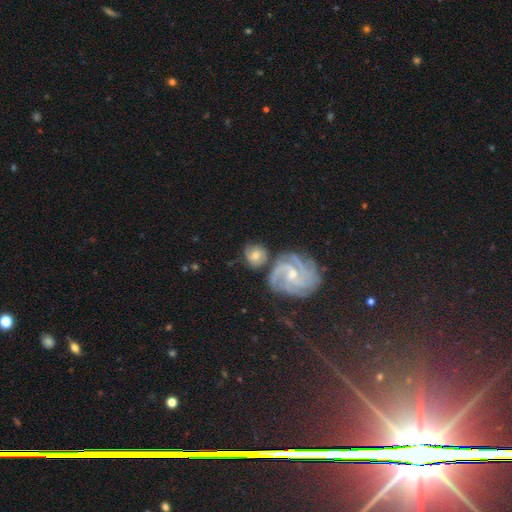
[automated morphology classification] Smooth or featured: featured or disk — 63% (smooth — 28%)
Edge-on disk: no — 96% (yes — 4%)
Bar: no — 55% (weak — 36%)
Spiral arms: yes — 92% (no — 8%)
Spiral winding: tight — 53% (medium — 37%)
Spiral arm count: 3 — 37% (can't tell — 21%)
Bulge size: moderate — 46% (small — 44%)
Merging: none — 60% (merger — 18%)